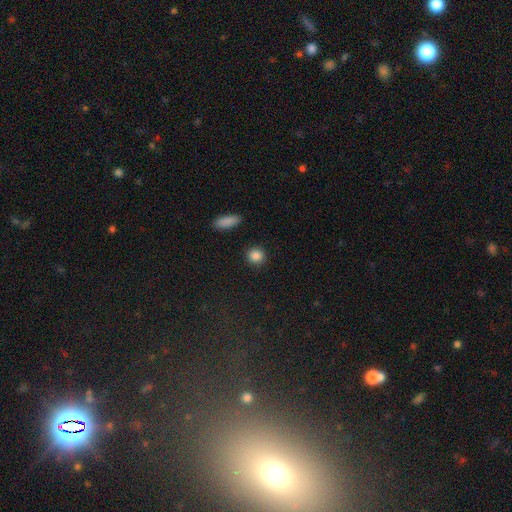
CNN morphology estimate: Smooth or featured?
  - smooth: 88% *
  - star or artifact: 9%
  - featured or disk: 4%
How rounded?
  - round: 86% *
  - in between: 12%
  - cigar-shaped: 1%
Merging?
  - none: 90% *
  - minor disturbance: 6%
  - major disturbance: 2%
  - merger: 2%